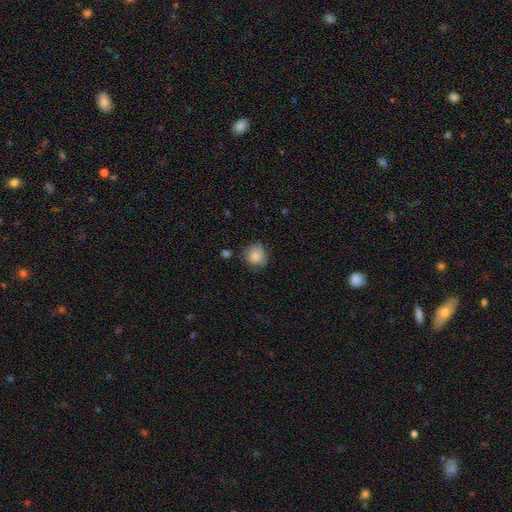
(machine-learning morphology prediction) This is clearly a smooth galaxy (83%). How rounded: clearly round (88%). Merging: likely none (71%).